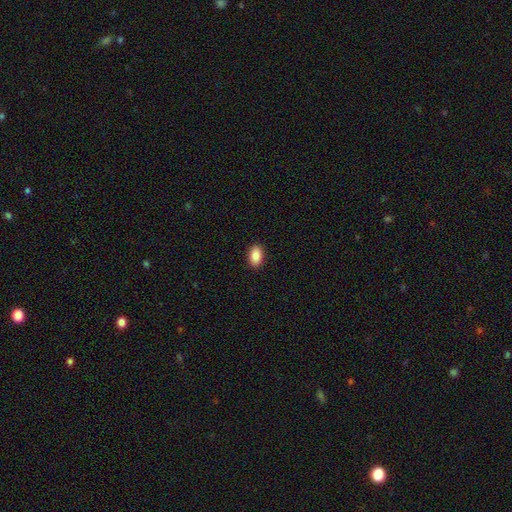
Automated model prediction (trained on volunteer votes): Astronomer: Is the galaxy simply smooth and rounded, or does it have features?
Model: smooth — 87%.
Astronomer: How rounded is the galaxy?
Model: in between — 90%.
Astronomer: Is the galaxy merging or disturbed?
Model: none — 91%.